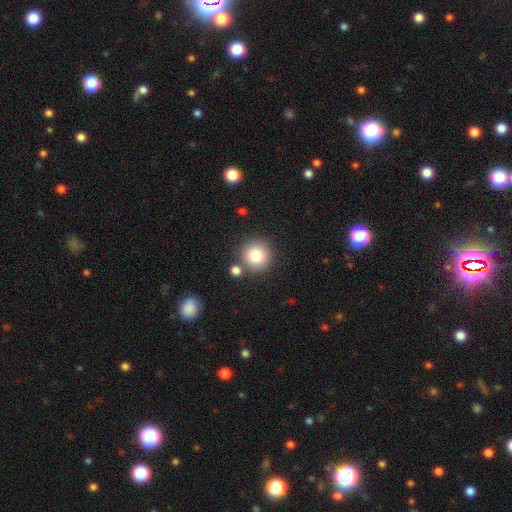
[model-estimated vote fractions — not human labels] The model was most divided on "merging": none: 78%, merger: 11%, minor disturbance: 9%, major disturbance: 3%. More confident: how rounded — round (94%); smooth or featured — smooth (83%).